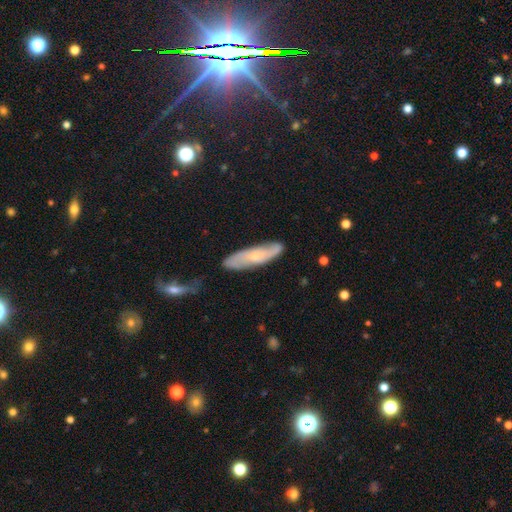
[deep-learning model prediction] Smooth or featured? Predicted: featured or disk (p=0.51). Edge-on disk? Predicted: no (p=0.67). Merging? Predicted: none (p=0.73).